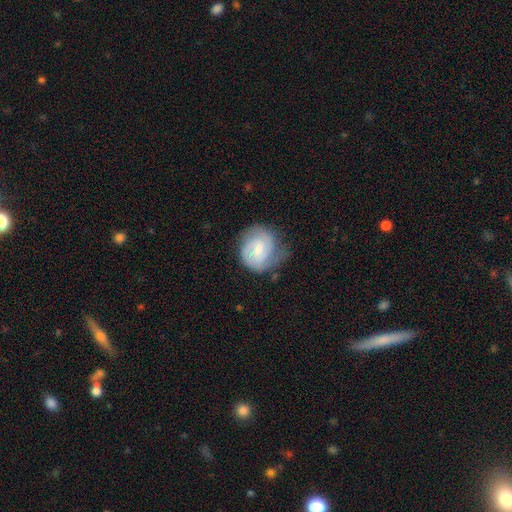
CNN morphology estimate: smooth_or_featured: featured or disk (p=0.63) [alt: smooth p=0.30]
disk_edge_on: no (p=0.98) [alt: yes p=0.02]
bar: weak (p=0.63) [alt: no p=0.24]
has_spiral_arms: yes (p=0.90) [alt: no p=0.10]
spiral_winding: tight (p=0.46) [alt: medium p=0.40]
spiral_arm_count: 2 (p=0.59) [alt: can't tell p=0.20]
bulge_size: small (p=0.47) [alt: moderate p=0.39]
merging: none (p=0.52) [alt: minor disturbance p=0.30]